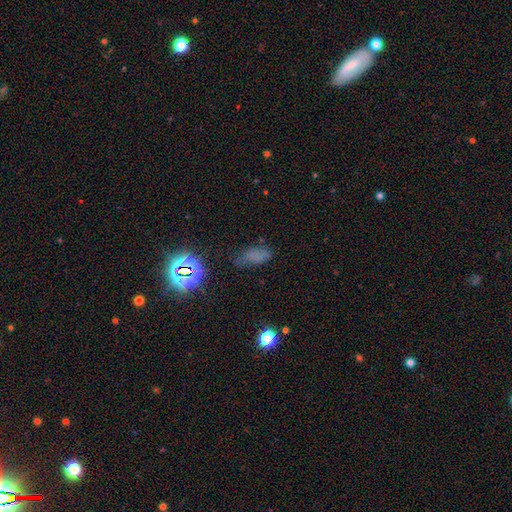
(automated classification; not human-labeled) Q: Smooth or featured?
A: smooth (56%); runner-up: star or artifact (31%)
Q: How rounded?
A: in between (82%); runner-up: cigar-shaped (10%)
Q: Merging?
A: none (54%); runner-up: minor disturbance (27%)